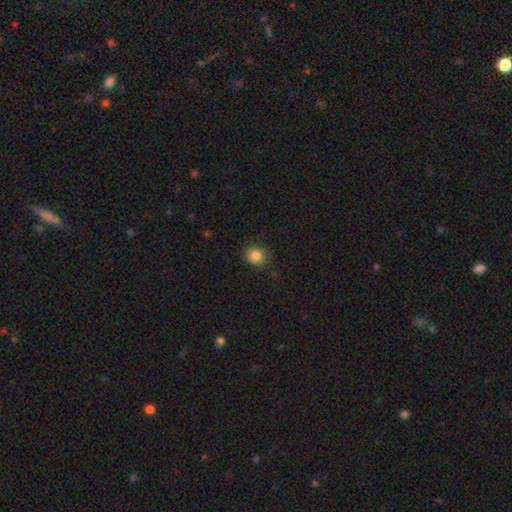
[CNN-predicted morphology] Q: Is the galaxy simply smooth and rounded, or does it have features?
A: smooth — 84%.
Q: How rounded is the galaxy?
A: round — 83%.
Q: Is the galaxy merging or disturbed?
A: none — 86%.